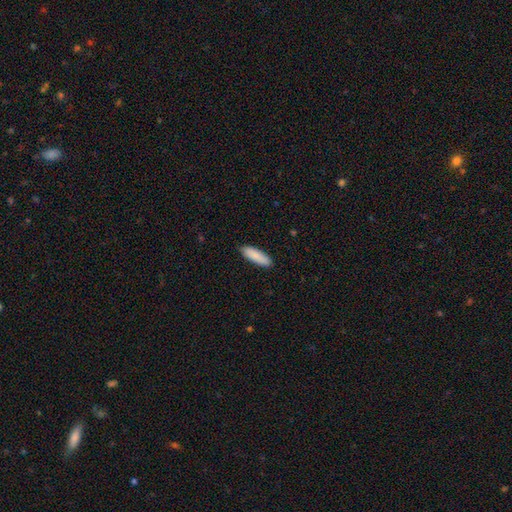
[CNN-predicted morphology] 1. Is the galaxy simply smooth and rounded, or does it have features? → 88% smooth, 6% featured or disk, 5% star or artifact.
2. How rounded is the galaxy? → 55% cigar-shaped, 44% in between, 2% round.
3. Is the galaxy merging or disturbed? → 89% none, 8% minor disturbance, 2% major disturbance, 1% merger.